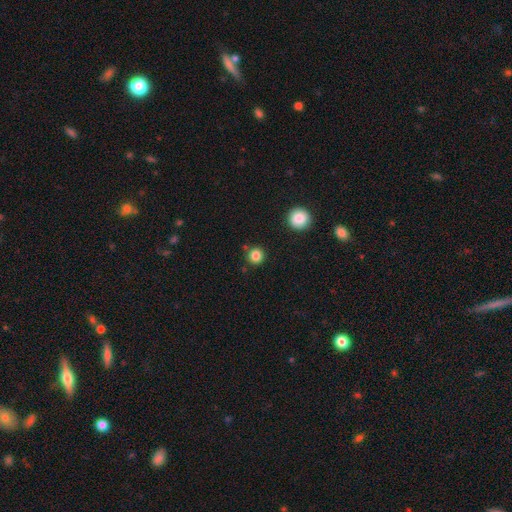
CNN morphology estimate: smooth 84%, star or artifact 12%, featured or disk 4%. Down the decision tree: how rounded — round (94%); merging — none (85%).